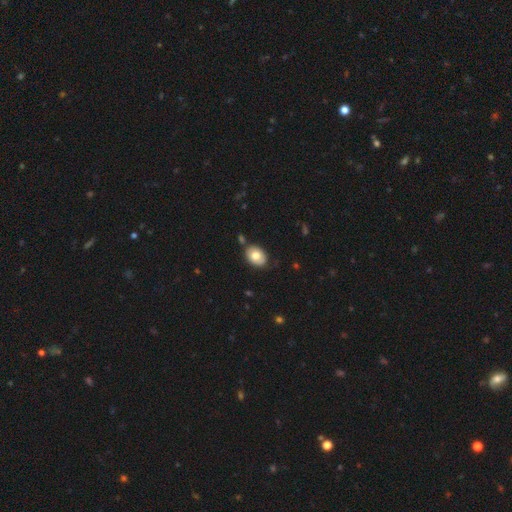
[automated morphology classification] Smooth or featured? Predicted: smooth (p=0.74). How rounded? Predicted: in between (p=0.77). Merging? Predicted: none (p=0.77).